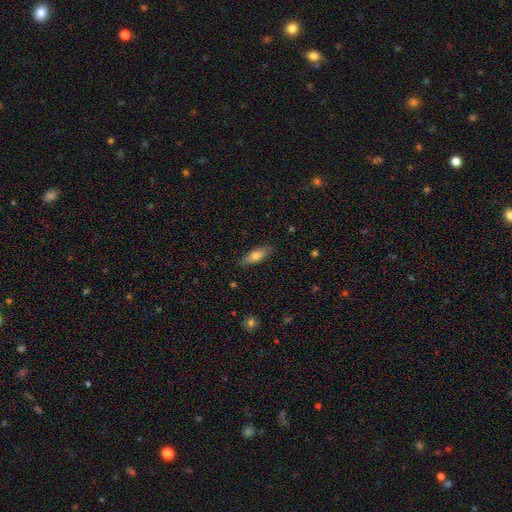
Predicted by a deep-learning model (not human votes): smooth_or_featured: smooth (p=0.70) [alt: featured or disk p=0.23]
how_rounded: in between (p=0.62) [alt: cigar-shaped p=0.35]
merging: none (p=0.86) [alt: minor disturbance p=0.11]